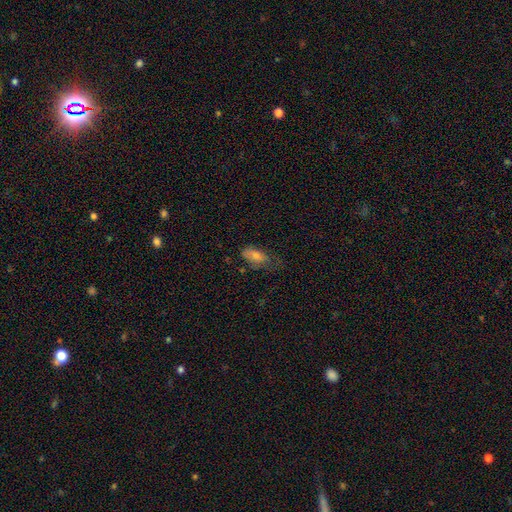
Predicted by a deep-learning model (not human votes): Smooth or featured?
  - smooth: 62% *
  - featured or disk: 29%
  - star or artifact: 10%
How rounded?
  - in between: 86% *
  - cigar-shaped: 9%
  - round: 5%
Merging?
  - none: 47% *
  - minor disturbance: 32%
  - major disturbance: 18%
  - merger: 2%